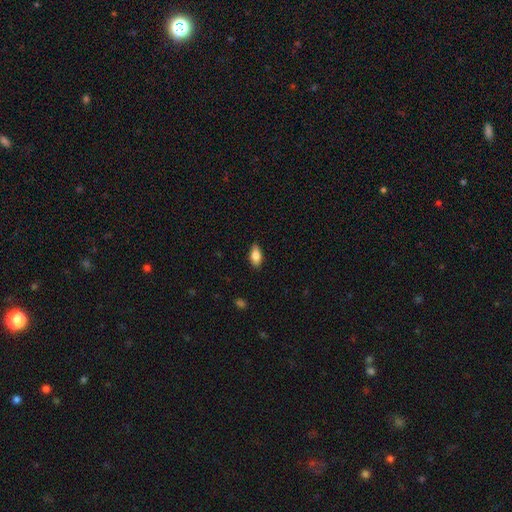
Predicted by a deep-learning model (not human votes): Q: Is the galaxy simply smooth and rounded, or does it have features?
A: smooth — 83%.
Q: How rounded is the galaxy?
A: in between — 90%.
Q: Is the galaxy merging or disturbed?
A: none — 87%.